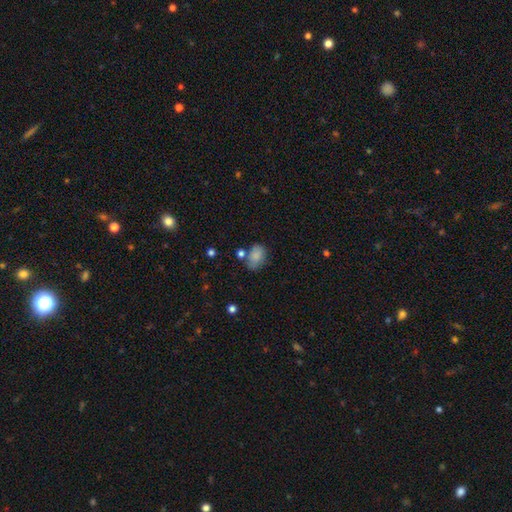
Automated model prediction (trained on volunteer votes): smooth 83%, star or artifact 9%, featured or disk 8%. Down the decision tree: how rounded — in between (78%); merging — none (57%).